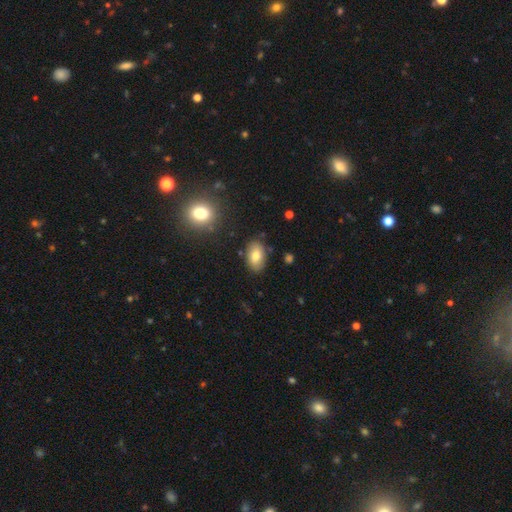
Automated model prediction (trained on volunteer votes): Smooth or featured? smooth (79%)
How rounded? in between (90%)
Merging? none (83%)